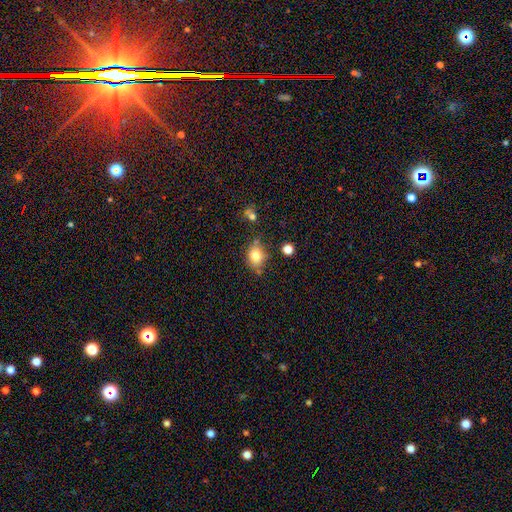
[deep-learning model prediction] smooth_or_featured: smooth (p=0.80) [alt: star or artifact p=0.10]
how_rounded: in between (p=0.52) [alt: round p=0.46]
merging: none (p=0.67) [alt: minor disturbance p=0.19]